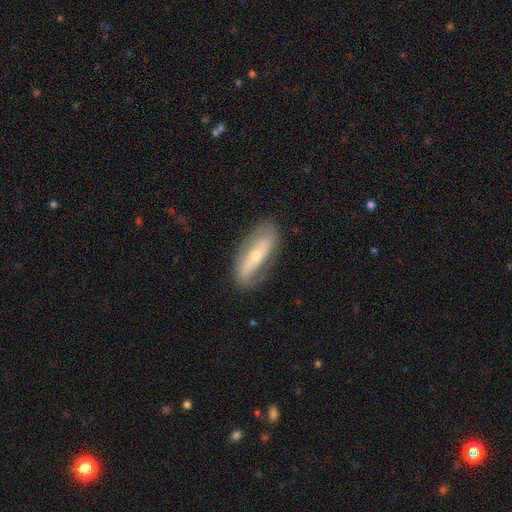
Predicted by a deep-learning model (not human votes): Smooth or featured: featured or disk — 60% (smooth — 33%)
Edge-on disk: no — 68% (yes — 32%)
Merging: none — 78% (minor disturbance — 15%)